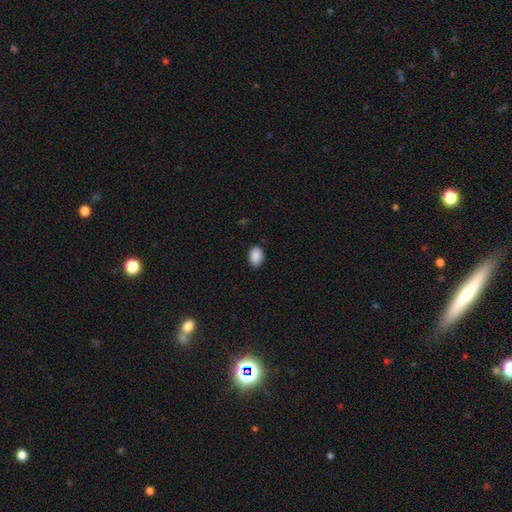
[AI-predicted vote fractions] Smooth or featured? smooth (90%)
How rounded? in between (77%)
Merging? none (85%)